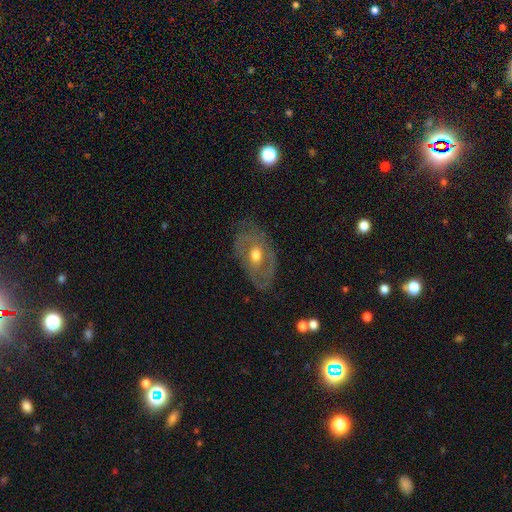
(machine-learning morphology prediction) featured or disk 70%, smooth 24%, star or artifact 6%. Down the decision tree: edge-on disk — no (93%); bar — no (67%); spiral arms — yes (57%); bulge size — moderate (76%); merging — none (67%).